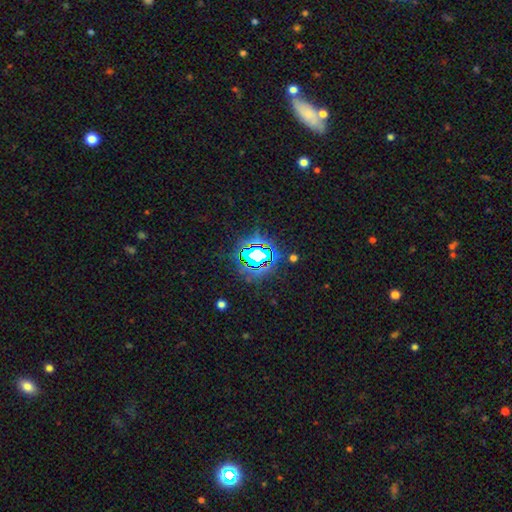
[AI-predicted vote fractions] star or artifact 75%, smooth 14%, featured or disk 12%.